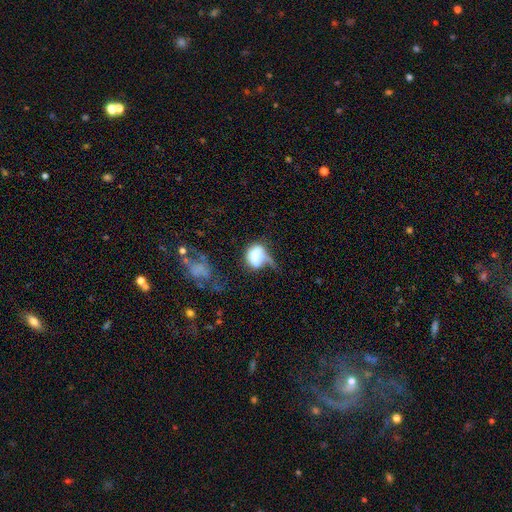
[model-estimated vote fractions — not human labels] smooth 59%, featured or disk 32%, star or artifact 9%. Down the decision tree: how rounded — in between (60%); merging — major disturbance (42%).